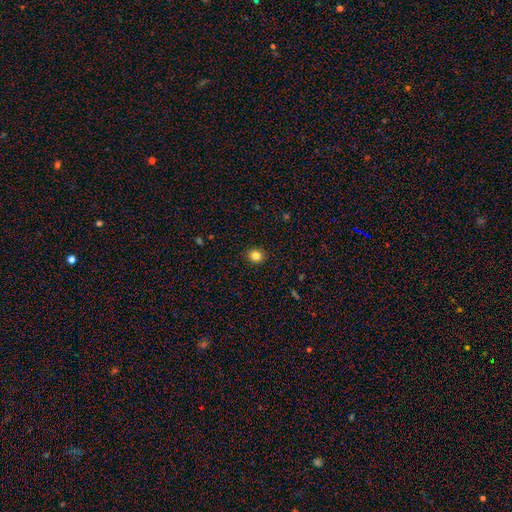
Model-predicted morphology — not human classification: The model was most divided on "how rounded": round: 76%, in between: 23%, cigar-shaped: 1%. More confident: merging — none (91%); smooth or featured — smooth (83%).